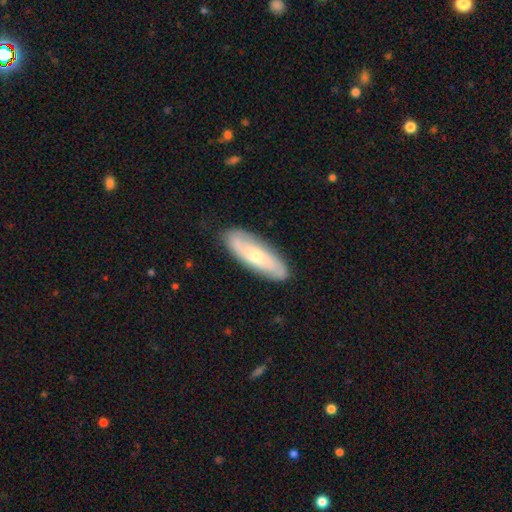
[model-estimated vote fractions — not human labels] smooth 48%, featured or disk 46%, star or artifact 5%. Down the decision tree: merging — none (86%).